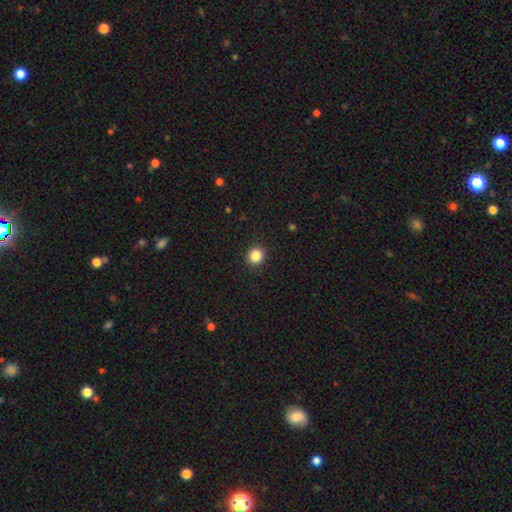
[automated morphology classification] smooth-or-featured: smooth: 86% | star or artifact: 11% | featured or disk: 4%
  how-rounded: round: 87% | in between: 12% | cigar-shaped: 1%
  merging: none: 92% | minor disturbance: 6% | major disturbance: 2% | merger: 1%